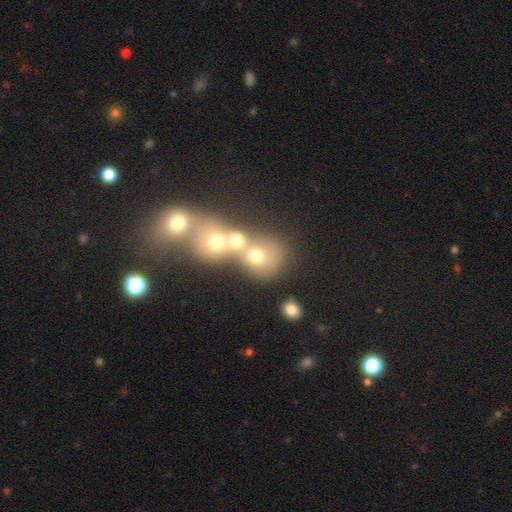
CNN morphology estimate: Overall: smooth (64%). How rounded: round (74%). Merging: merger (63%; none 27%).